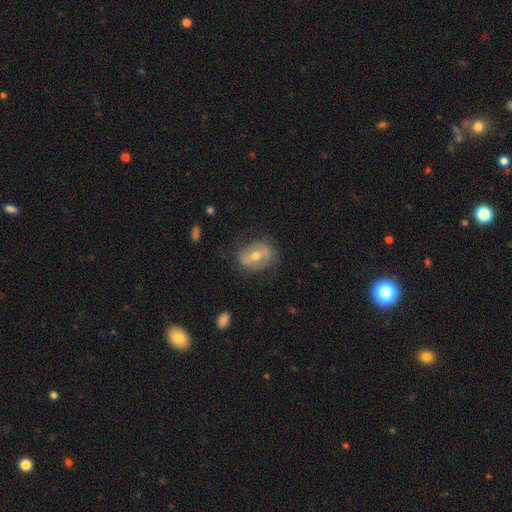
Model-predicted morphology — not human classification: The model was most divided on "smooth or featured": featured or disk: 53%, smooth: 39%, star or artifact: 9%. More confident: edge-on disk — no (93%); merging — none (75%).